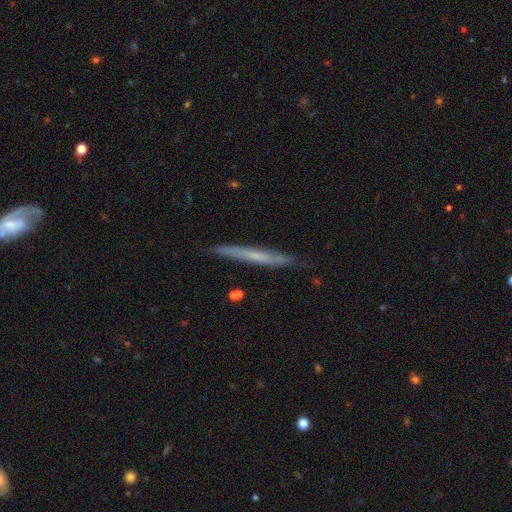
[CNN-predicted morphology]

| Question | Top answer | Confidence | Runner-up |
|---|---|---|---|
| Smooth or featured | featured or disk | 50% | smooth (44%) |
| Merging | none | 85% | minor disturbance (11%) |